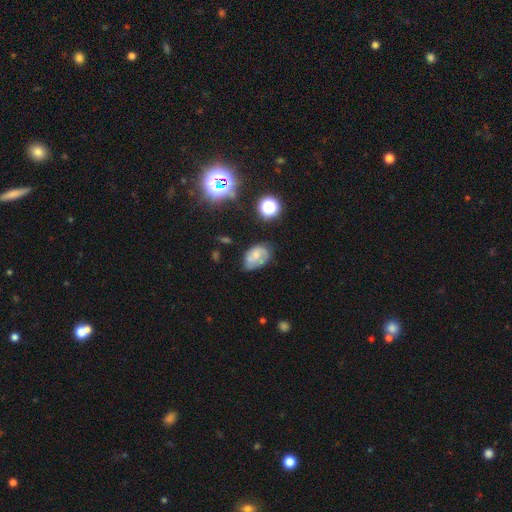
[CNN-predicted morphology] smooth-or-featured: smooth: 52% | featured or disk: 35% | star or artifact: 13%
  how-rounded: in between: 84% | round: 15% | cigar-shaped: 1%
  merging: none: 54% | minor disturbance: 32% | major disturbance: 11% | merger: 3%